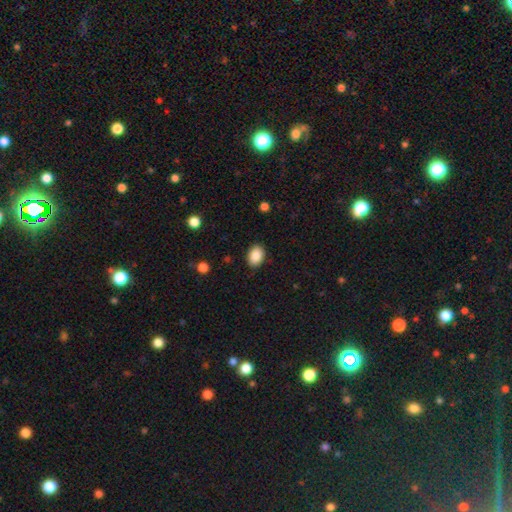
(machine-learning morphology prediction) Smooth or featured: smooth — 89% (star or artifact — 8%)
How rounded: in between — 83% (round — 16%)
Merging: none — 86% (minor disturbance — 10%)